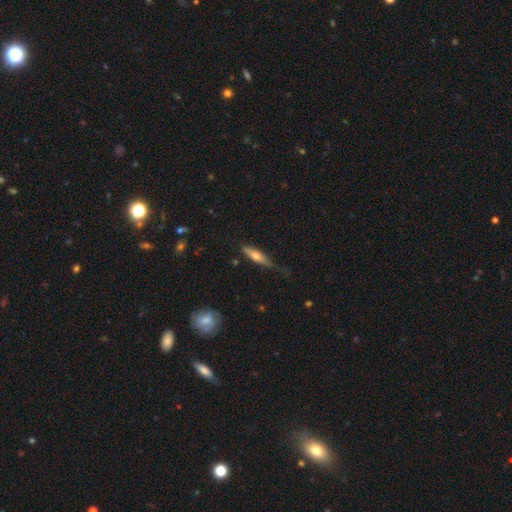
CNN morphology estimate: smooth_or_featured: smooth (p=0.55) [alt: featured or disk p=0.39]
how_rounded: cigar-shaped (p=0.72) [alt: in between p=0.26]
merging: none (p=0.61) [alt: minor disturbance p=0.29]